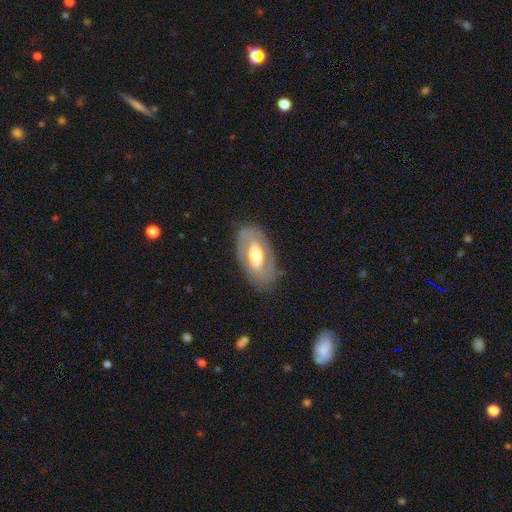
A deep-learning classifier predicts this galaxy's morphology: The model was most divided on "bar": no: 45%, weak: 31%, strong: 24%. More confident: edge-on disk — no (89%); merging — none (79%); spiral arms — no (71%); bulge size — moderate (59%); smooth or featured — featured or disk (57%).